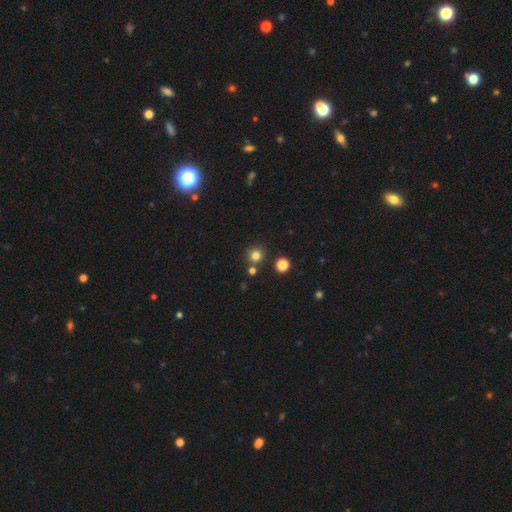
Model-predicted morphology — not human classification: Smooth or featured: smooth — 79% (star or artifact — 15%)
How rounded: round — 92% (in between — 7%)
Merging: none — 81% (merger — 9%)